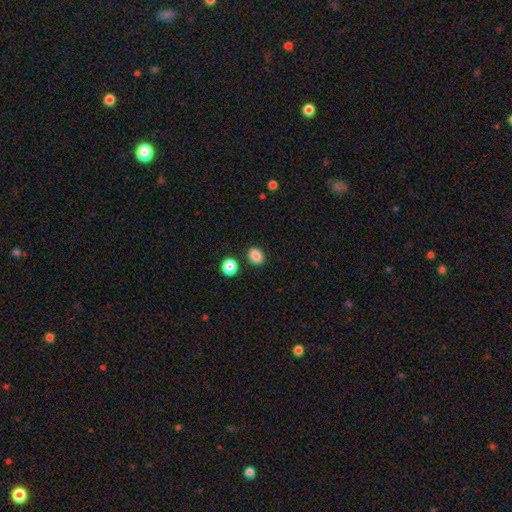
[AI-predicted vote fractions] This is clearly a smooth galaxy (86%). How rounded: likely in between (60%). Merging: clearly none (85%).